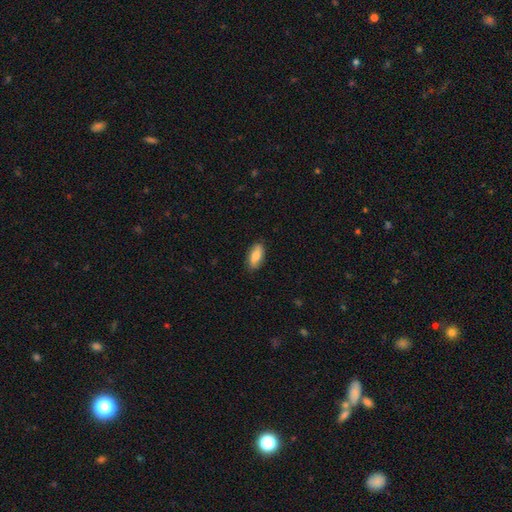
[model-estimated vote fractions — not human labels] Overall: smooth (81%). How rounded: in between (85%). Merging: none (86%).